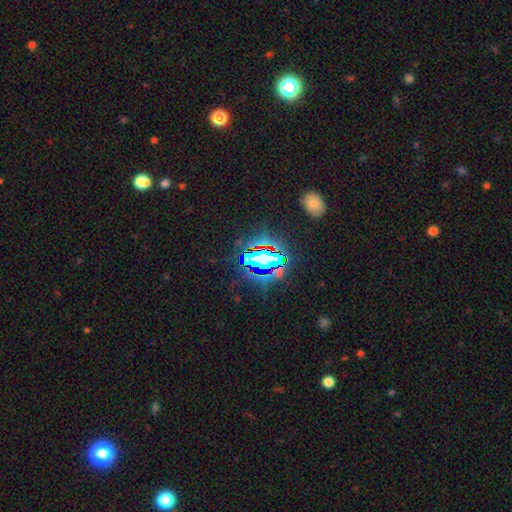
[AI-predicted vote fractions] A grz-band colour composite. It shows a star or artifact, not a galaxy (82%).